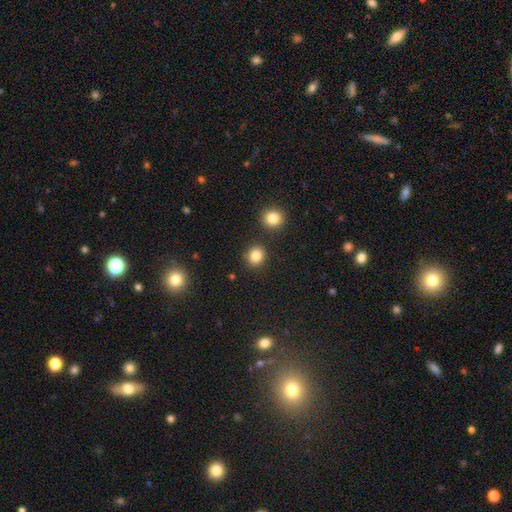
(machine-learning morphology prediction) Q: Smooth or featured?
A: smooth (85%); runner-up: star or artifact (11%)
Q: How rounded?
A: round (84%); runner-up: in between (15%)
Q: Merging?
A: none (86%); runner-up: minor disturbance (7%)